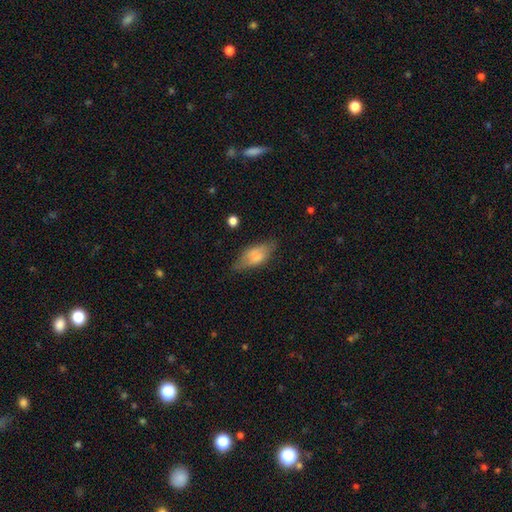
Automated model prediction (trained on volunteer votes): A smooth galaxy with no disk features (65%) that is in between round and cigar-shaped (76%). Merging: none (64%).